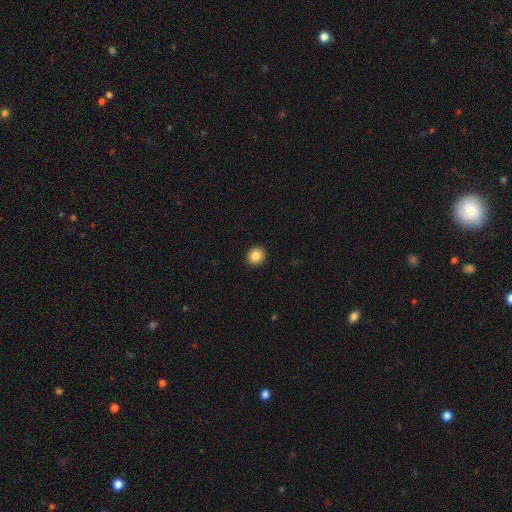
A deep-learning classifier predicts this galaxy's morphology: Smooth or featured? Predicted: smooth (p=0.85). How rounded? Predicted: round (p=0.80). Merging? Predicted: none (p=0.93).